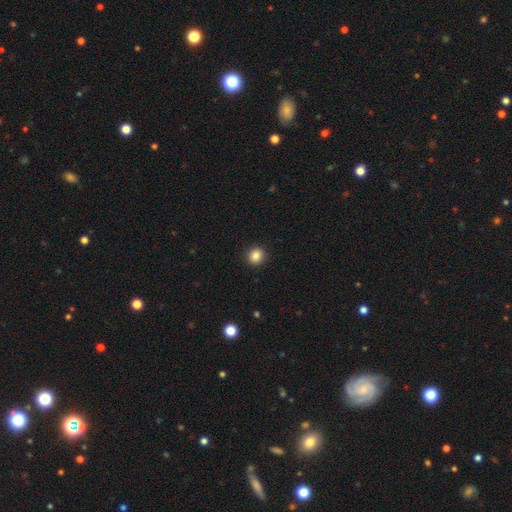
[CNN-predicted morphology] smooth-or-featured: smooth: 85% | star or artifact: 11% | featured or disk: 5%
  how-rounded: round: 88% | in between: 11% | cigar-shaped: 1%
  merging: none: 92% | minor disturbance: 5% | major disturbance: 2% | merger: 1%